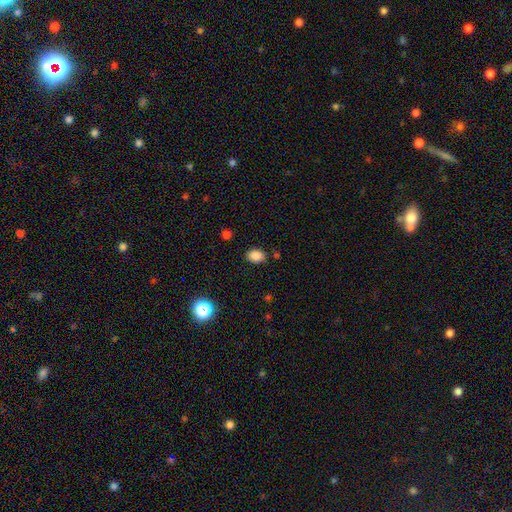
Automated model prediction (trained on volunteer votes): Smooth or featured?
  - smooth: 85% *
  - star or artifact: 10%
  - featured or disk: 5%
How rounded?
  - in between: 77% *
  - round: 22%
  - cigar-shaped: 1%
Merging?
  - none: 84% *
  - minor disturbance: 11%
  - merger: 3%
  - major disturbance: 3%